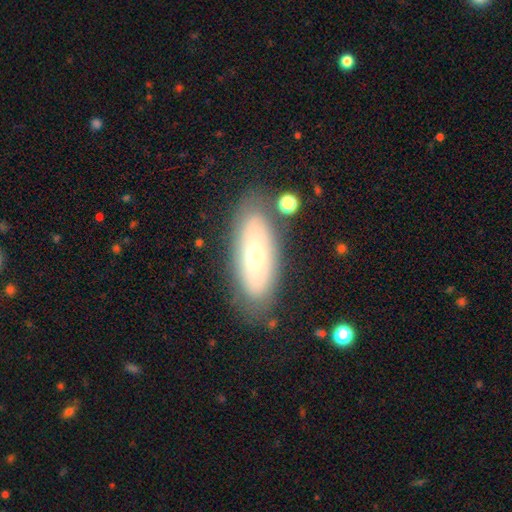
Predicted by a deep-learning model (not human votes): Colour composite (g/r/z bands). It shows a smooth galaxy with no disk features (47%). Merging: none (78%).